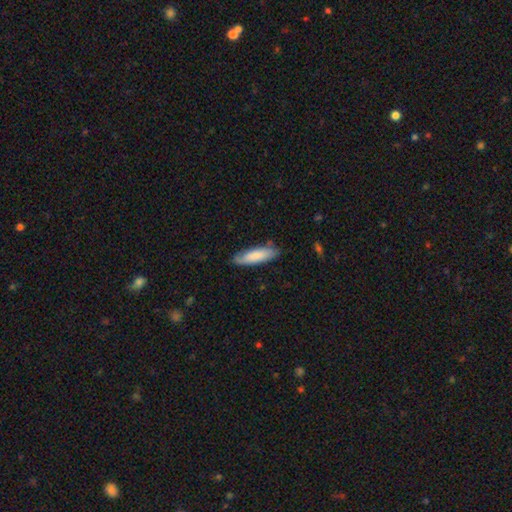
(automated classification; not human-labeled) Smooth or featured?
  - smooth: 79% *
  - featured or disk: 15%
  - star or artifact: 5%
How rounded?
  - cigar-shaped: 54% *
  - in between: 44%
  - round: 1%
Merging?
  - none: 79% *
  - minor disturbance: 17%
  - major disturbance: 3%
  - merger: 2%